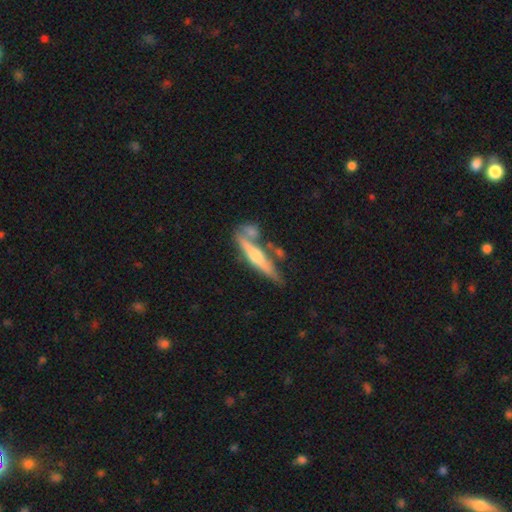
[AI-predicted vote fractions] This is likely a featured or disk galaxy (63%). It is clearly viewed edge-on (94%). Edge-on bulge: clearly rounded (83%). Merging: possibly none (59%).